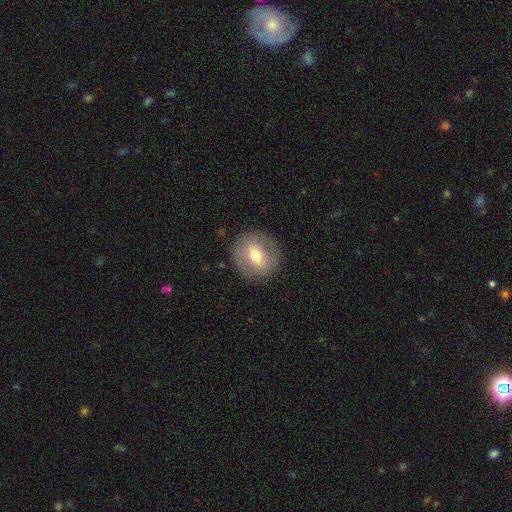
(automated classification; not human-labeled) Overall: smooth (48%; featured or disk 45%). Merging: none (86%).